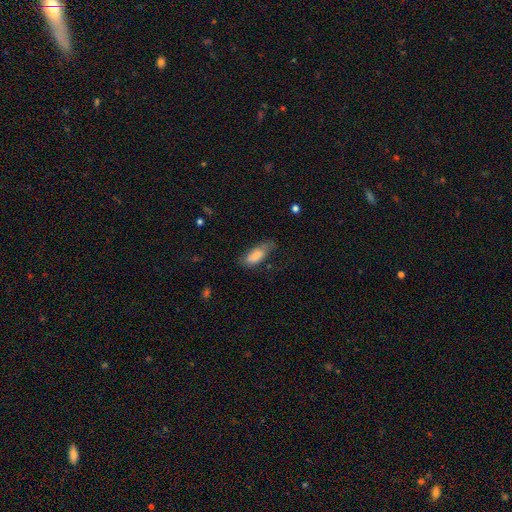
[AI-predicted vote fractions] smooth 82%, featured or disk 11%, star or artifact 7%. Down the decision tree: how rounded — in between (82%); merging — none (47%).